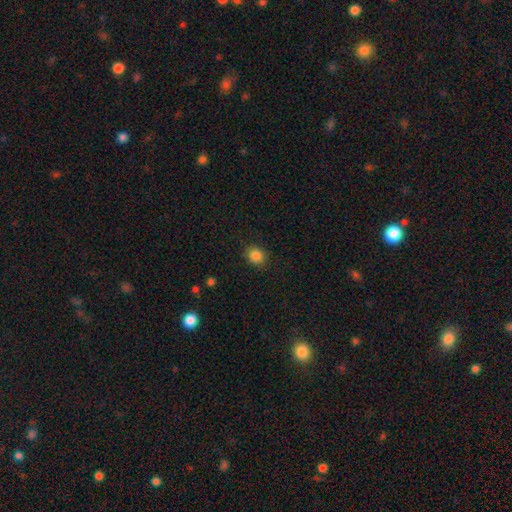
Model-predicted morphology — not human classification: A smooth galaxy with no disk features (85%) that is round (77%).

Vote fractions:
- Smooth or featured? smooth: 85% / star or artifact: 11% / featured or disk: 4%
- How rounded? round: 77% / in between: 22% / cigar-shaped: 1%
- Merging? none: 89% / minor disturbance: 8% / major disturbance: 2% / merger: 1%